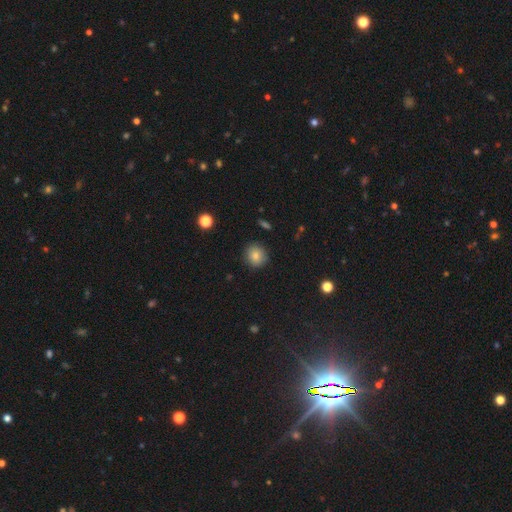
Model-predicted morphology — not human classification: The model was most divided on "smooth or featured": smooth: 81%, star or artifact: 11%, featured or disk: 8%. More confident: how rounded — round (89%); merging — none (88%).